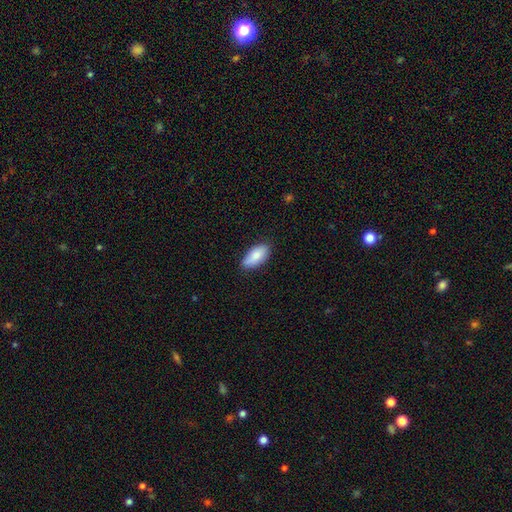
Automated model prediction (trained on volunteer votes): A smooth galaxy with no disk features (81%) that is in between round and cigar-shaped (91%). Merging: none (78%).